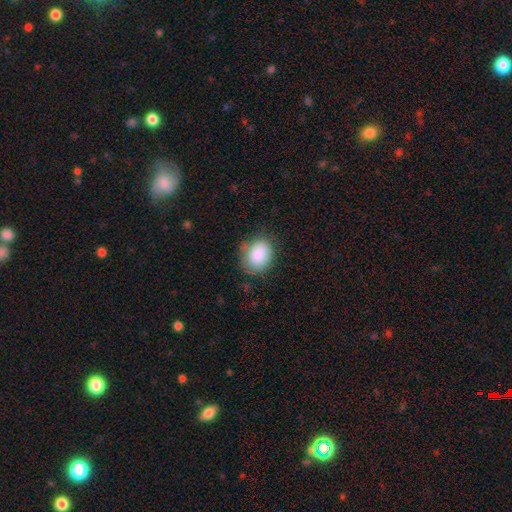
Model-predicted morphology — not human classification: smooth_or_featured: smooth (p=0.87) [alt: star or artifact p=0.07]
how_rounded: in between (p=0.59) [alt: round p=0.40]
merging: none (p=0.70) [alt: minor disturbance p=0.21]